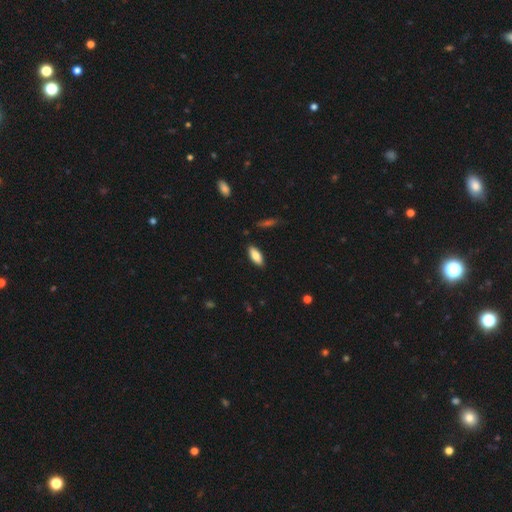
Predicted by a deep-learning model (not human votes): Smooth or featured: smooth — 79% (featured or disk — 14%)
How rounded: in between — 77% (cigar-shaped — 21%)
Merging: none — 87% (minor disturbance — 10%)